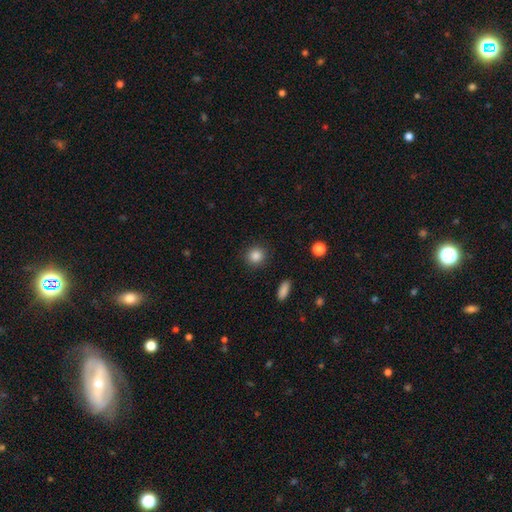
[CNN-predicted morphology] Smooth or featured: smooth — 86% (star or artifact — 10%)
How rounded: round — 89% (in between — 10%)
Merging: none — 90% (minor disturbance — 6%)